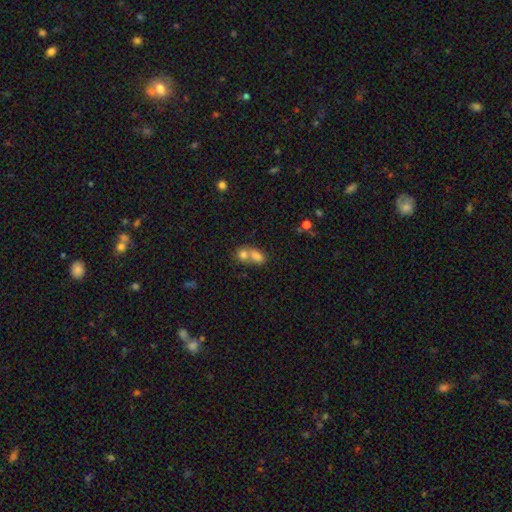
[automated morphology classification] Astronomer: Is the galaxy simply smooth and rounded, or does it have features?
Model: smooth — 73%.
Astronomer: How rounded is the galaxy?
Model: in between — 62%.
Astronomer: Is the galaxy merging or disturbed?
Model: merger — 67%.